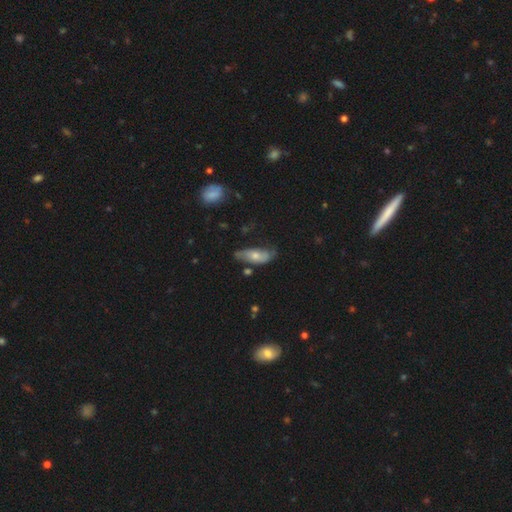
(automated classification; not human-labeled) smooth 55%, featured or disk 38%, star or artifact 7%. Down the decision tree: how rounded — in between (75%); merging — none (53%).